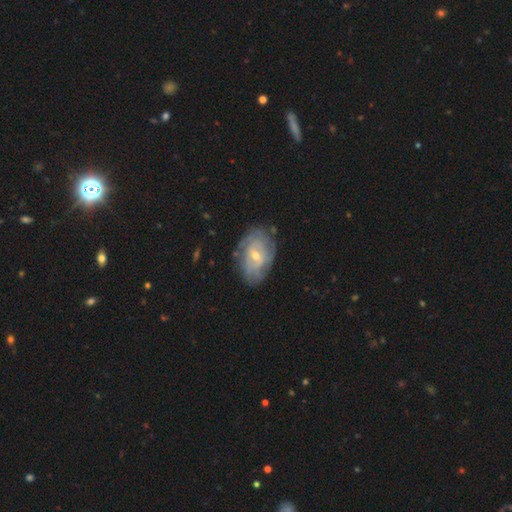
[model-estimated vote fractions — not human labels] Q: Smooth or featured?
A: featured or disk (72%); runner-up: smooth (20%)
Q: Edge-on disk?
A: no (94%); runner-up: yes (6%)
Q: Bar?
A: weak (47%); runner-up: no (41%)
Q: Spiral arms?
A: yes (79%); runner-up: no (21%)
Q: Spiral winding?
A: tight (63%); runner-up: medium (27%)
Q: Spiral arm count?
A: can't tell (55%); runner-up: 2 (21%)
Q: Bulge size?
A: small (54%); runner-up: moderate (42%)
Q: Merging?
A: none (72%); runner-up: minor disturbance (20%)